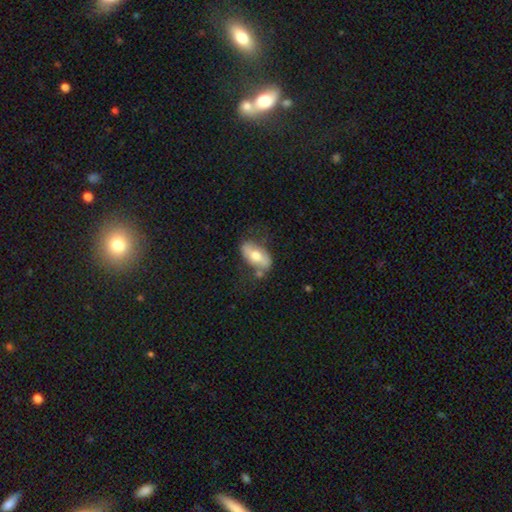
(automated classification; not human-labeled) A smooth galaxy with no disk features (50%). Merging: none (60%).